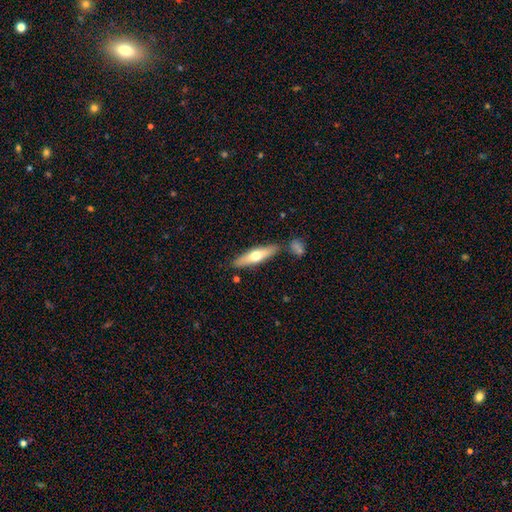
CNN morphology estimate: A smooth galaxy with no disk features (50%) that is cigar-shaped (73%). Merging: none (80%).